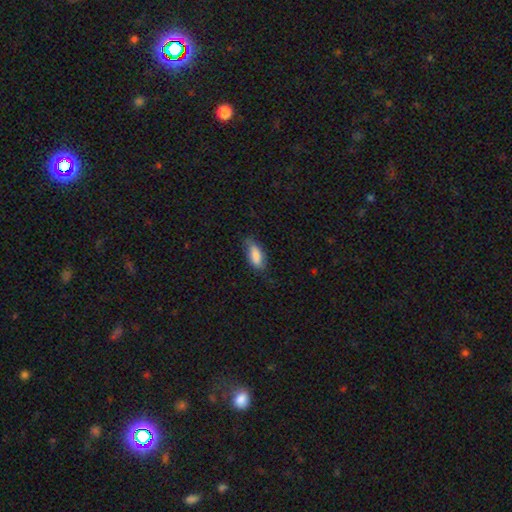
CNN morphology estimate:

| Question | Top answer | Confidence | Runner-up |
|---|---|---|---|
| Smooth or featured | smooth | 85% | featured or disk (9%) |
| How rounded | in between | 81% | cigar-shaped (16%) |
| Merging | none | 68% | minor disturbance (25%) |